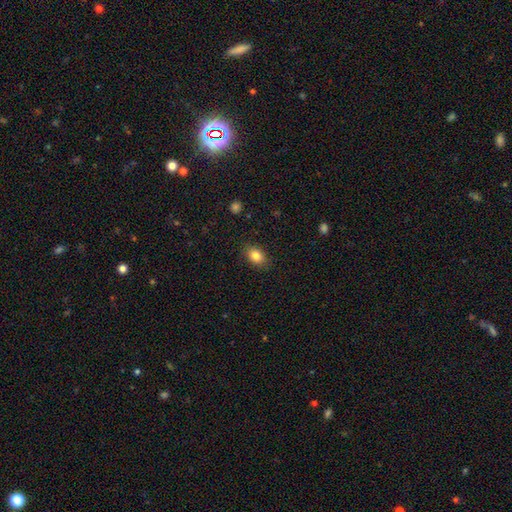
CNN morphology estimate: The model was most divided on "how rounded": in between: 77%, round: 22%, cigar-shaped: 1%. More confident: merging — none (86%); smooth or featured — smooth (83%).